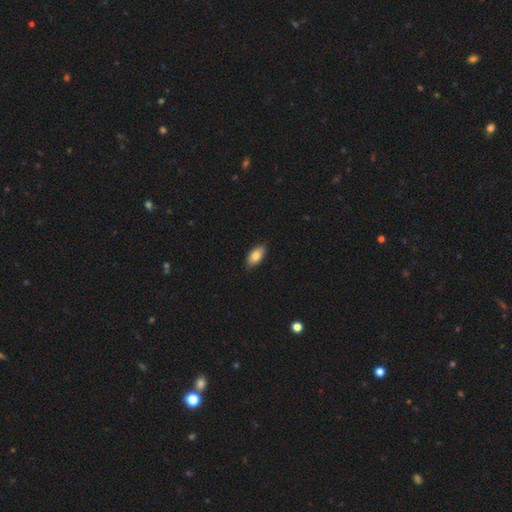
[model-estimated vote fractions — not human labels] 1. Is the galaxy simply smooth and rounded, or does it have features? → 81% smooth, 12% featured or disk, 7% star or artifact.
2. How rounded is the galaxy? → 92% in between, 5% cigar-shaped, 3% round.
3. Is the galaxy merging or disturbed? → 87% none, 10% minor disturbance, 2% major disturbance, 1% merger.